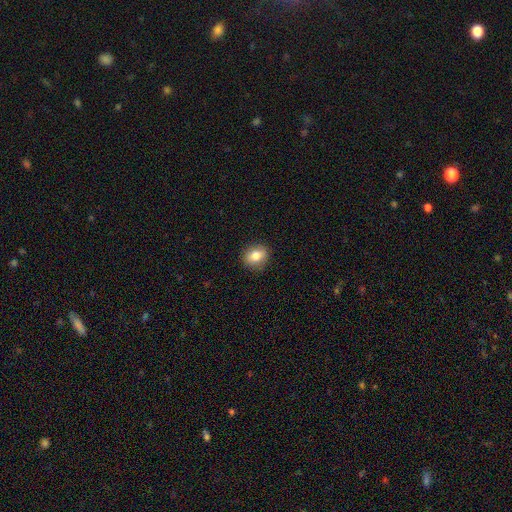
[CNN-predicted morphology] smooth-or-featured: smooth: 81% | featured or disk: 10% | star or artifact: 9%
  how-rounded: round: 63% | in between: 36% | cigar-shaped: 1%
  merging: none: 88% | minor disturbance: 9% | major disturbance: 2% | merger: 1%